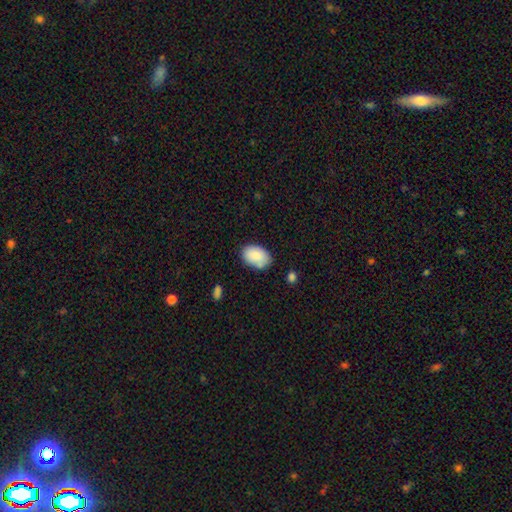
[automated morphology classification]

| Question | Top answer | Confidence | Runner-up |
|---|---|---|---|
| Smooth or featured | smooth | 87% | featured or disk (7%) |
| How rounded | in between | 88% | round (11%) |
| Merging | none | 76% | minor disturbance (17%) |